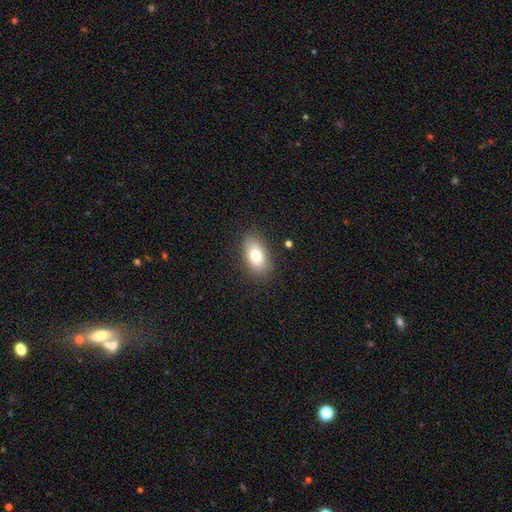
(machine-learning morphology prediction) smooth_or_featured: smooth (p=0.77) [alt: featured or disk p=0.15]
how_rounded: in between (p=0.90) [alt: round p=0.06]
merging: none (p=0.84) [alt: minor disturbance p=0.12]